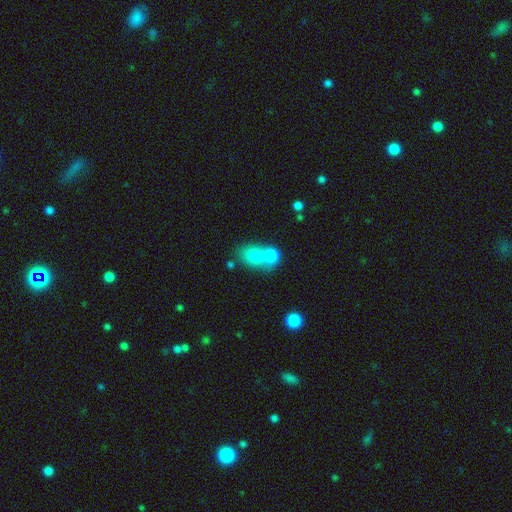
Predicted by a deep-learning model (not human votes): This appears to be a smooth galaxy with no disk features (75%) that is round (54%). Merging: merger (57%).